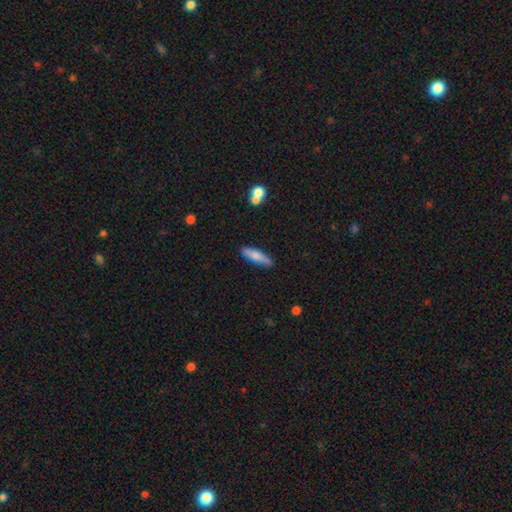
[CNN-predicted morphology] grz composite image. It shows a smooth galaxy with no disk features (74%) that is cigar-shaped (78%). Merging: none (85%).